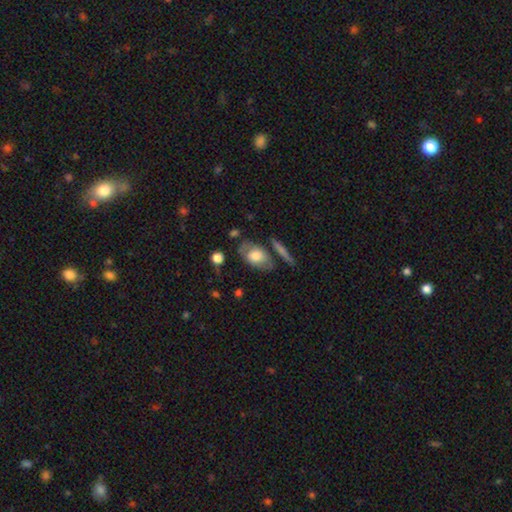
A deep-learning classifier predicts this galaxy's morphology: A smooth galaxy with no disk features (58%) that is in between round and cigar-shaped (86%).

Vote fractions:
- Smooth or featured? smooth: 58% / featured or disk: 36% / star or artifact: 6%
- How rounded? in between: 86% / round: 11% / cigar-shaped: 4%
- Merging? none: 58% / minor disturbance: 23% / major disturbance: 11% / merger: 8%